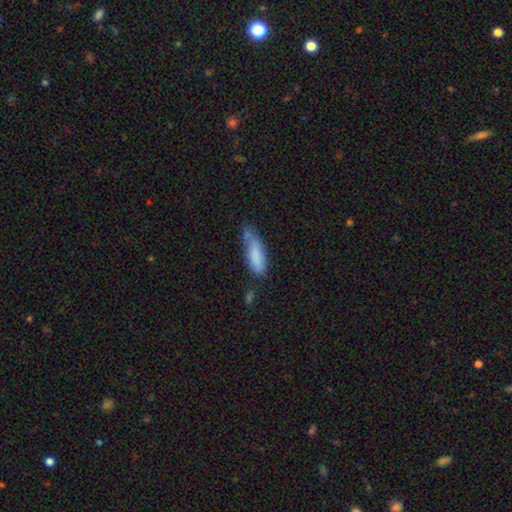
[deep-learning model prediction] smooth 81%, featured or disk 12%, star or artifact 7%. Down the decision tree: how rounded — in between (55%); merging — none (39%).